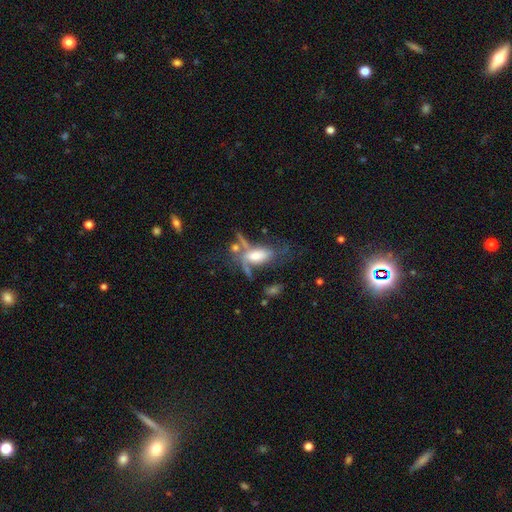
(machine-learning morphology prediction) This is possibly a smooth galaxy (46%). Merging: marginally major disturbance (34%).